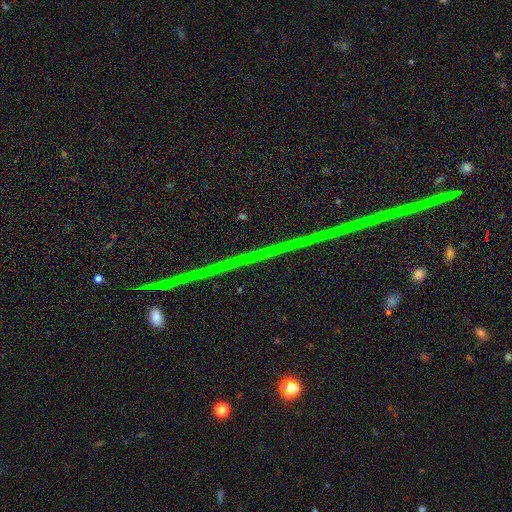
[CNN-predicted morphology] Smooth or featured: star or artifact — 82% (featured or disk — 12%)